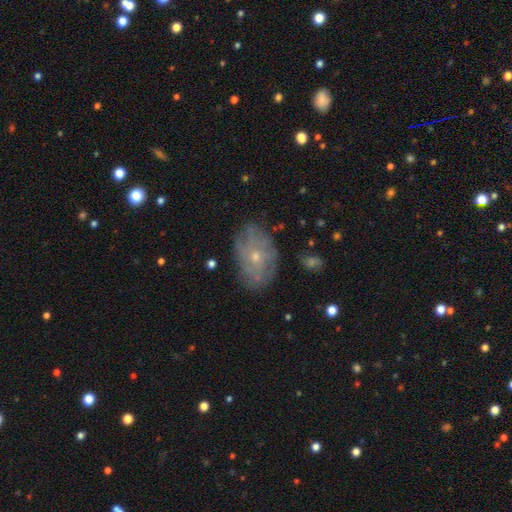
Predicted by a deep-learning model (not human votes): Morphology: type=featured or disk (62%); edge-on=no (95%); bar=no (85%); spiral arms=yes (68%); bulge=small (65%); merging=none (74%).